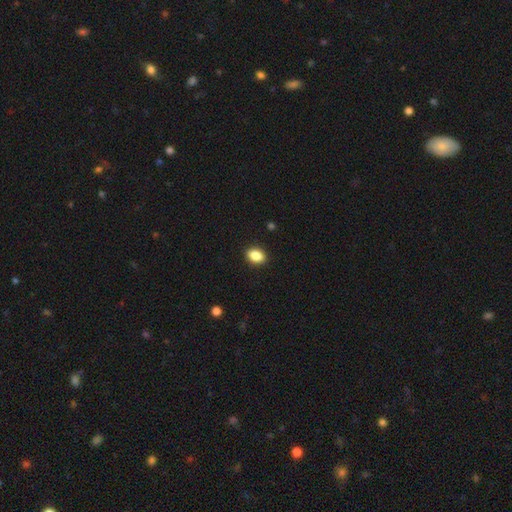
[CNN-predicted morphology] A smooth galaxy with no disk features (88%) that is in between round and cigar-shaped (81%). Merging: none (90%).